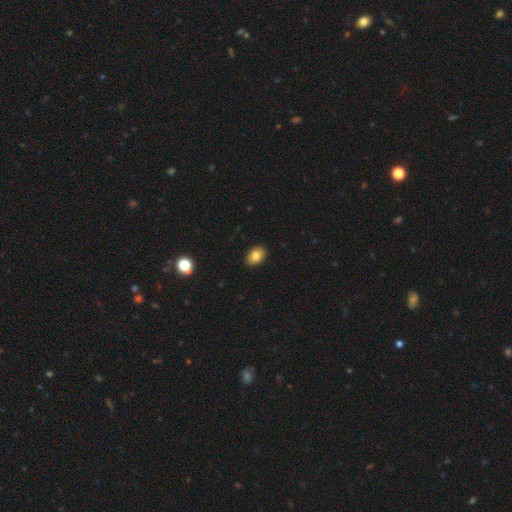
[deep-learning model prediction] Morphology: type=smooth (83%); roundness=in between (82%); merging=none (90%).